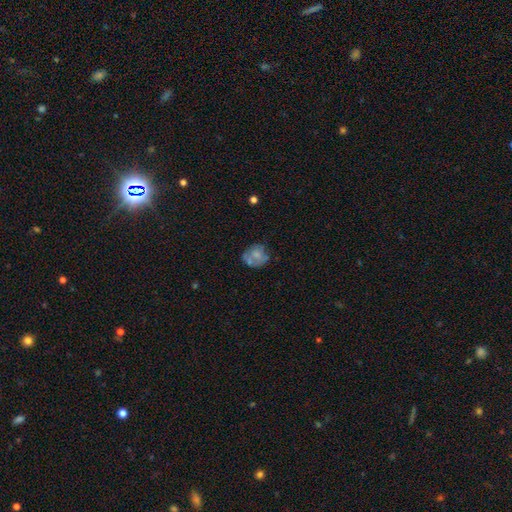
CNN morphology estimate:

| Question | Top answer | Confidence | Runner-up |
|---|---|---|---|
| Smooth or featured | smooth | 55% | featured or disk (36%) |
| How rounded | round | 71% | in between (28%) |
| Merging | none | 50% | minor disturbance (26%) |